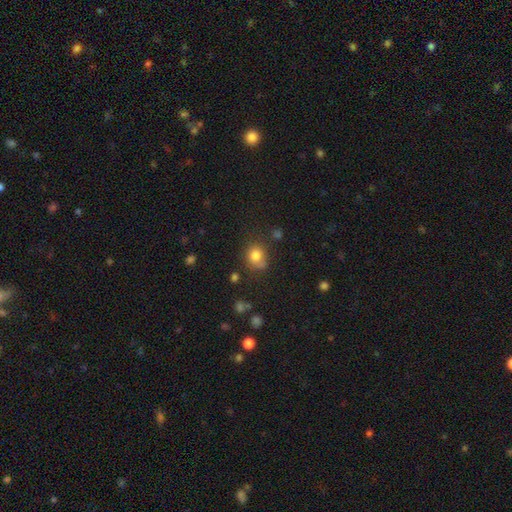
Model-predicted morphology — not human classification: Overall: smooth (80%). How rounded: round (71%). Merging: none (59%; minor disturbance 22%).